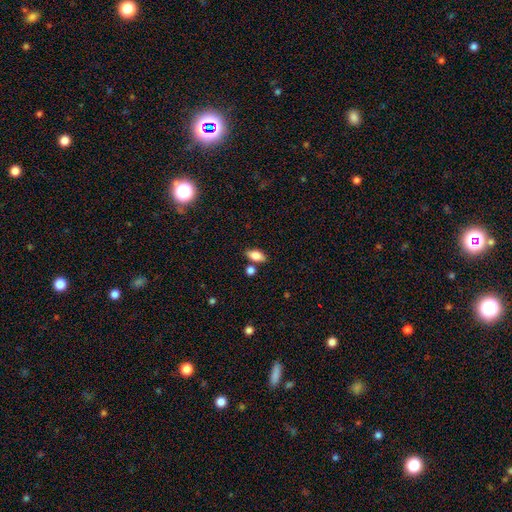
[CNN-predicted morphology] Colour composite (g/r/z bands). It shows a smooth galaxy with no disk features (81%) that is in between round and cigar-shaped (88%). Merging: none (74%).